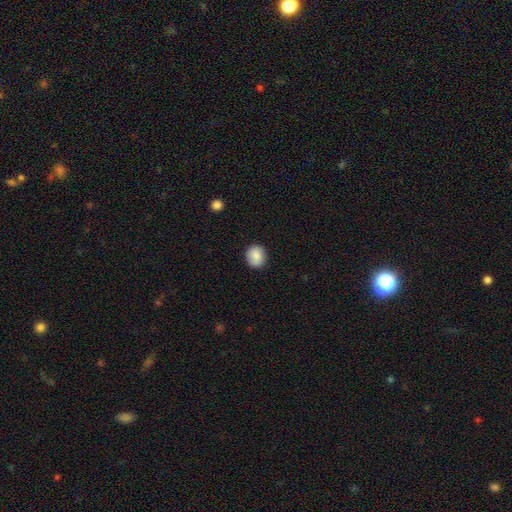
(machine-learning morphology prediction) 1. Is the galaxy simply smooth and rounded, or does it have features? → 87% smooth, 8% star or artifact, 6% featured or disk.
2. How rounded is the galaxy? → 75% round, 24% in between, 1% cigar-shaped.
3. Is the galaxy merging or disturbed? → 88% none, 9% minor disturbance, 2% major disturbance, 1% merger.